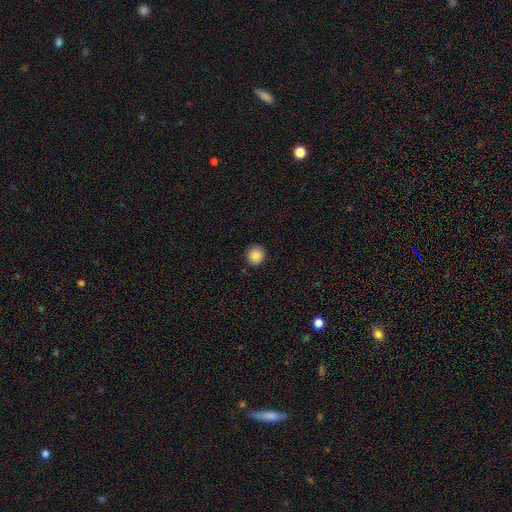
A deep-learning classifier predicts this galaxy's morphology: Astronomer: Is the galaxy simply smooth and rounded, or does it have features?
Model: smooth — 87%.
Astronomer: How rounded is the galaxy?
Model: round — 89%.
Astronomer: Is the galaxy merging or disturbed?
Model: none — 89%.